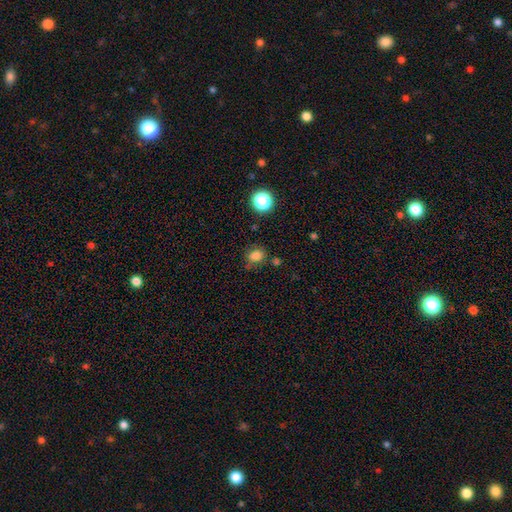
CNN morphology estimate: A smooth galaxy with no disk features (81%) that is round (65%). Merging: none (74%).